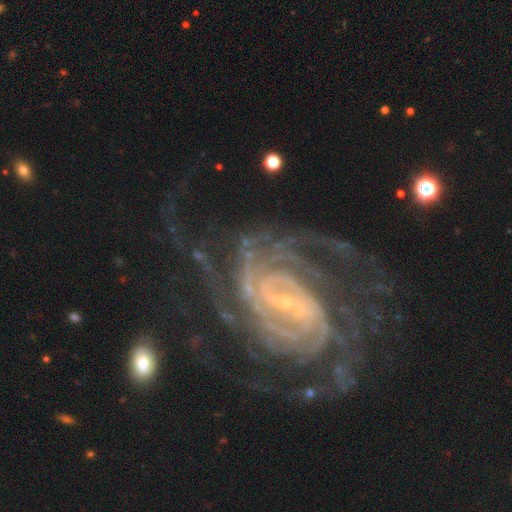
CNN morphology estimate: Overall: featured or disk (91%). Edge-on disk: no (98%). Bar: weak (41%; strong 37%). Spiral arms: yes (98%). Spiral arm count: 2 (23%; can't tell 19%). Spiral winding: tight (63%; medium 31%). Bulge size: small (83%). Merging: none (60%).